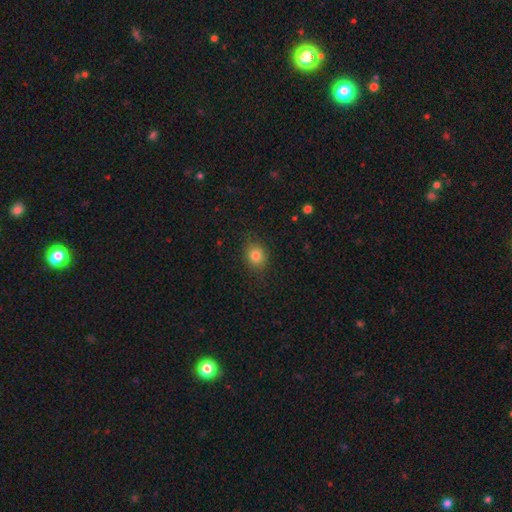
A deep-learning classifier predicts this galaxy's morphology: type=smooth (81%); roundness=round (65%); merging=none (84%).